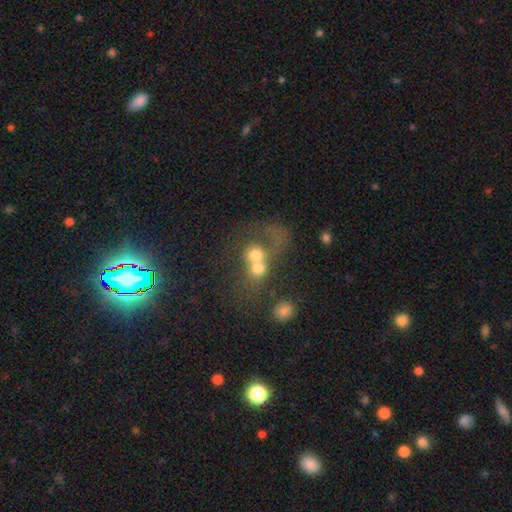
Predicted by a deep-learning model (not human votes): smooth_or_featured: smooth (p=0.59) [alt: featured or disk p=0.27]
how_rounded: round (p=0.73) [alt: in between p=0.25]
merging: merger (p=0.71) [alt: none p=0.15]